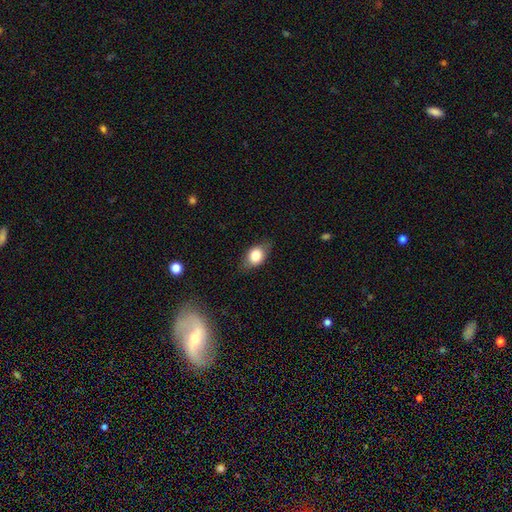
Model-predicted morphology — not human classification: This appears to be a smooth galaxy with no disk features (76%) that is in between round and cigar-shaped (71%). Merging: none (76%).